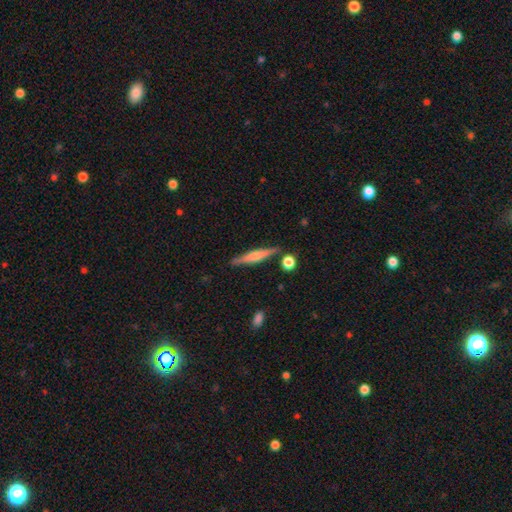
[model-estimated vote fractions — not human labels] Smooth or featured: featured or disk — 55% (smooth — 39%)
Edge-on disk: yes — 97% (no — 3%)
Edge-on bulge: rounded — 54% (boxy — 29%)
Merging: none — 84% (minor disturbance — 9%)